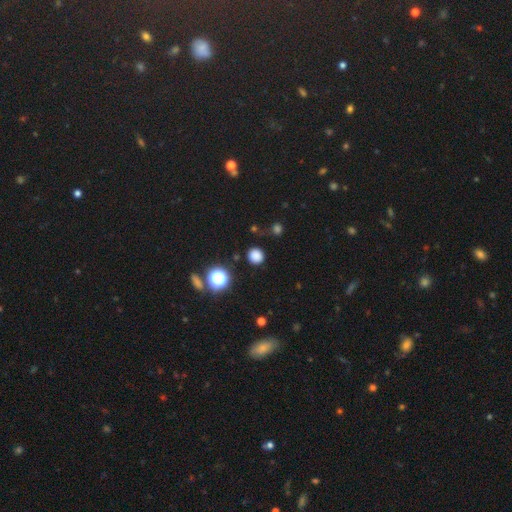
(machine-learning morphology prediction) This is likely a smooth galaxy (78%). How rounded: clearly round (90%). Merging: clearly none (84%).